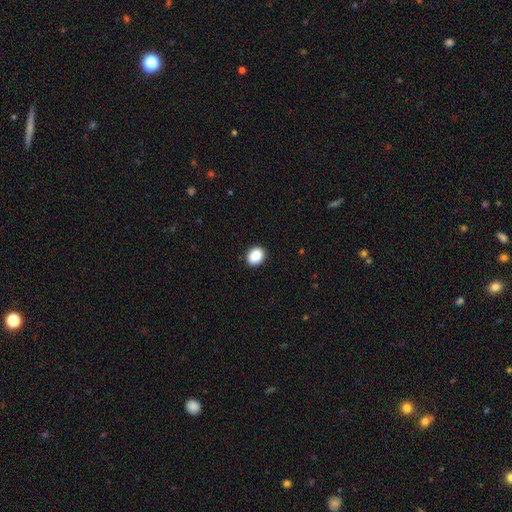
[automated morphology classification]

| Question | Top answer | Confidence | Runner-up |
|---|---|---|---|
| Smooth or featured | smooth | 89% | star or artifact (8%) |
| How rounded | round | 51% | in between (48%) |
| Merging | none | 90% | minor disturbance (7%) |